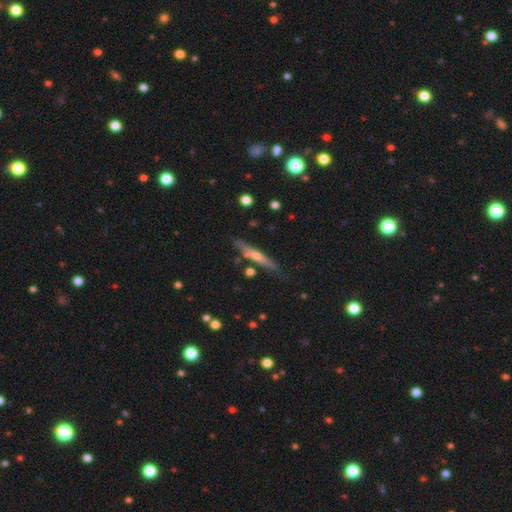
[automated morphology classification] This is possibly a featured or disk galaxy (53%). It is clearly viewed edge-on (92%). Merging: likely none (80%).